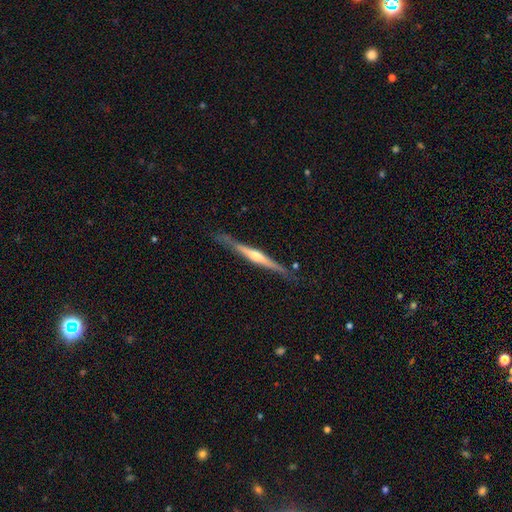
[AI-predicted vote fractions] featured or disk 76%, smooth 19%, star or artifact 5%. Down the decision tree: edge-on disk — yes (98%); edge-on bulge — rounded (81%); merging — none (83%).